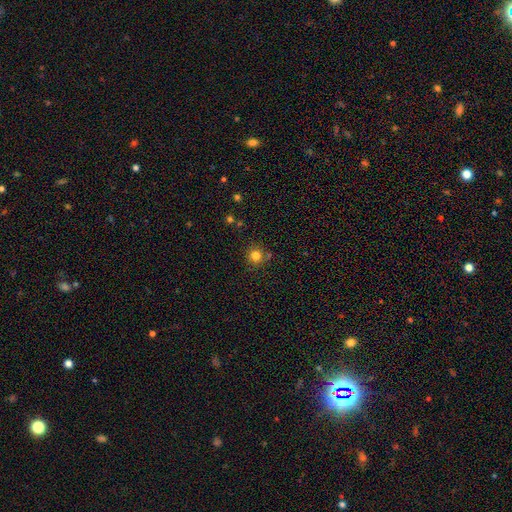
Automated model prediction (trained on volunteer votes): smooth_or_featured: smooth (p=0.82) [alt: star or artifact p=0.13]
how_rounded: round (p=0.94) [alt: in between p=0.05]
merging: none (p=0.81) [alt: minor disturbance p=0.10]